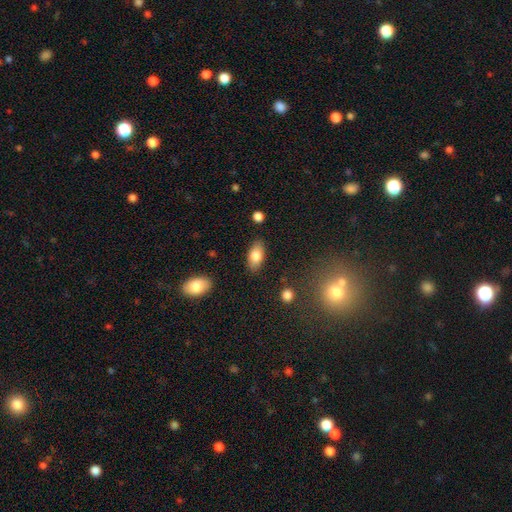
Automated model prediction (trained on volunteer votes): smooth_or_featured: smooth (p=0.81) [alt: featured or disk p=0.12]
how_rounded: in between (p=0.91) [alt: cigar-shaped p=0.05]
merging: none (p=0.85) [alt: minor disturbance p=0.10]